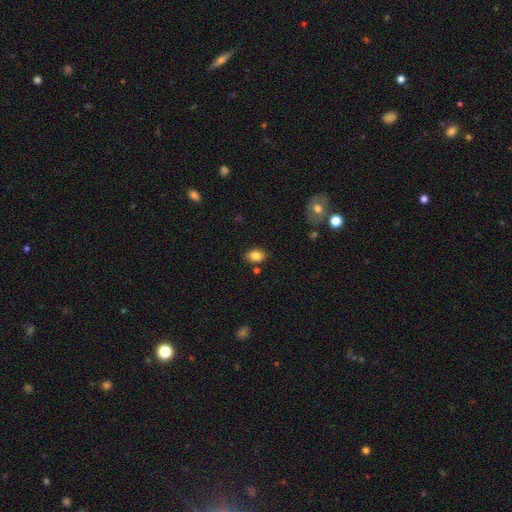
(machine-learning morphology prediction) Smooth or featured? Predicted: smooth (p=0.84). How rounded? Predicted: in between (p=0.80). Merging? Predicted: none (p=0.83).